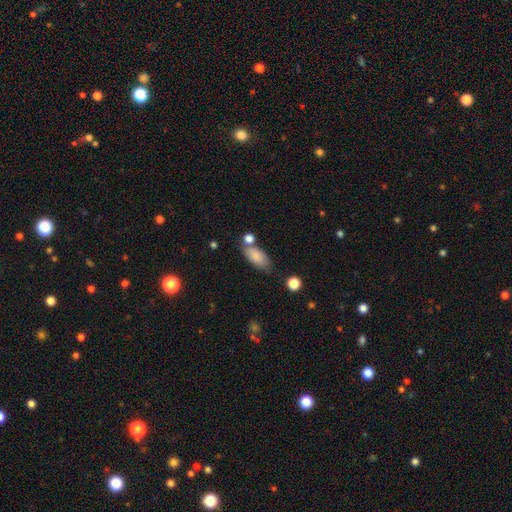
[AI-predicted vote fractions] Morphology: type=smooth (85%); roundness=in between (88%); merging=none (62%).